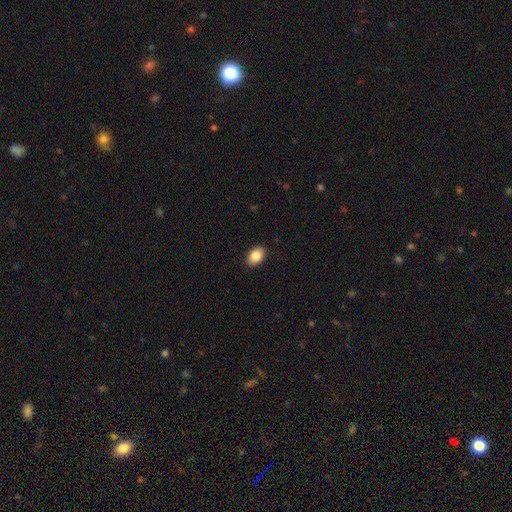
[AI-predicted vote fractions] Smooth or featured? smooth (87%)
How rounded? in between (84%)
Merging? none (89%)